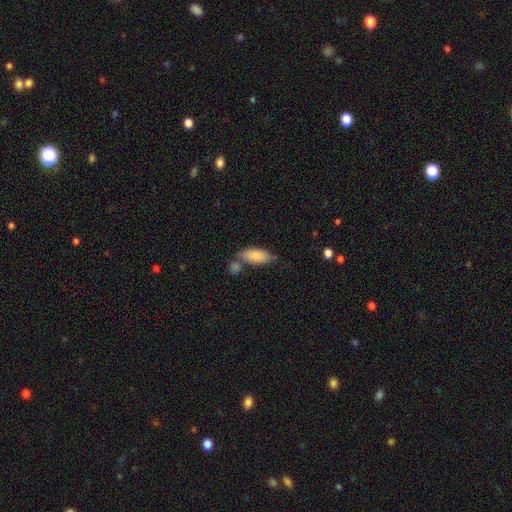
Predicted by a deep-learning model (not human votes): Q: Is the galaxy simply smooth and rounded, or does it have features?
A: smooth — 82%.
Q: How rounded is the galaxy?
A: in between — 84%.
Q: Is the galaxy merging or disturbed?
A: none — 51%.